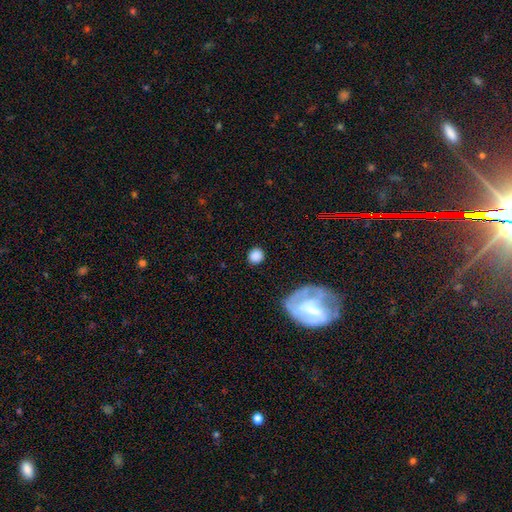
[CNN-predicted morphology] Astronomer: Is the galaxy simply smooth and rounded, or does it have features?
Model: smooth — 84%.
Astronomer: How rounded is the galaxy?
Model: round — 88%.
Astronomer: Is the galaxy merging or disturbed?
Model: none — 85%.